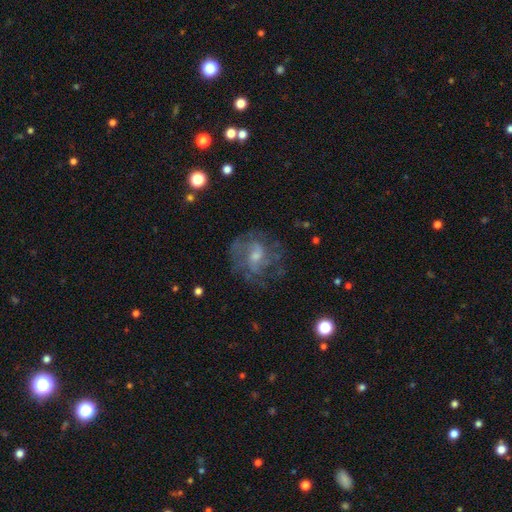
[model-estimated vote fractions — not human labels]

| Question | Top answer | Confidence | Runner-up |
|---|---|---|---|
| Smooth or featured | featured or disk | 66% | smooth (22%) |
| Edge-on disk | no | 97% | yes (3%) |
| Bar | no | 56% | weak (38%) |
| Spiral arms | yes | 73% | no (27%) |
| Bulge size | small | 49% | moderate (40%) |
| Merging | none | 66% | minor disturbance (17%) |